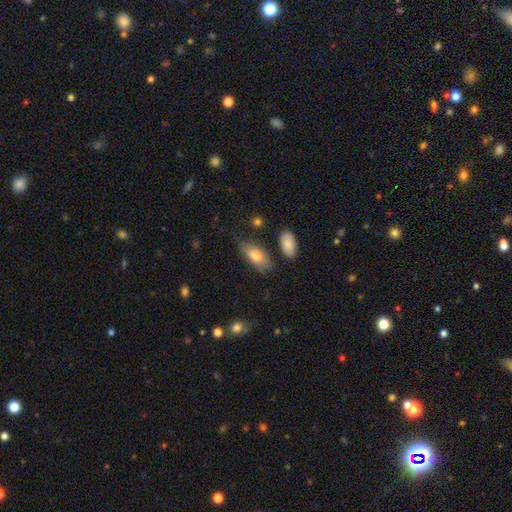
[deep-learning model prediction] This appears to be a smooth galaxy with no disk features (75%) that is in between round and cigar-shaped (87%). Merging: none (62%).